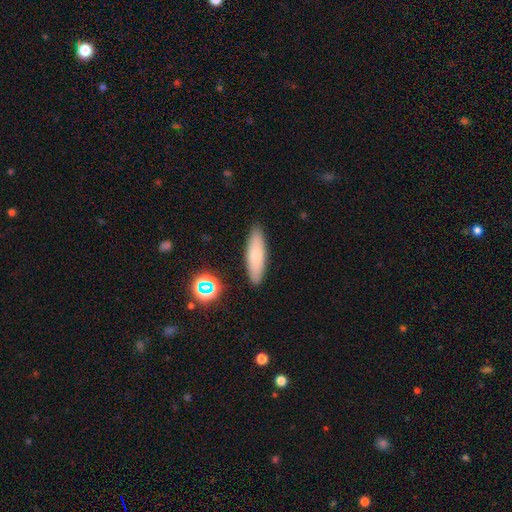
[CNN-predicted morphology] smooth-or-featured: smooth: 72% | featured or disk: 20% | star or artifact: 8%
  how-rounded: cigar-shaped: 58% | in between: 40% | round: 2%
  merging: none: 88% | minor disturbance: 9% | merger: 2% | major disturbance: 2%